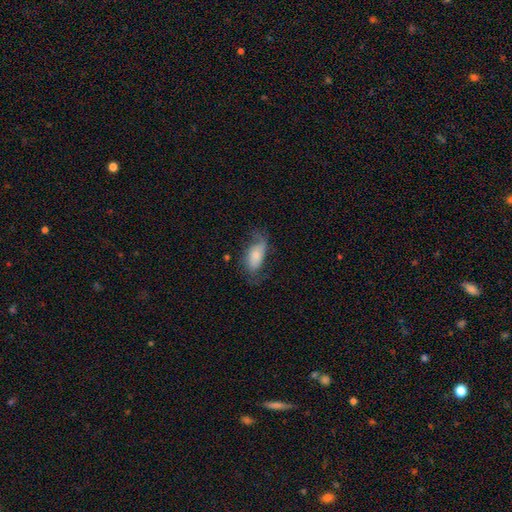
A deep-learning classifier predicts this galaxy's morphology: A smooth galaxy with no disk features (56%) that is in between round and cigar-shaped (89%). Merging: none (46%).